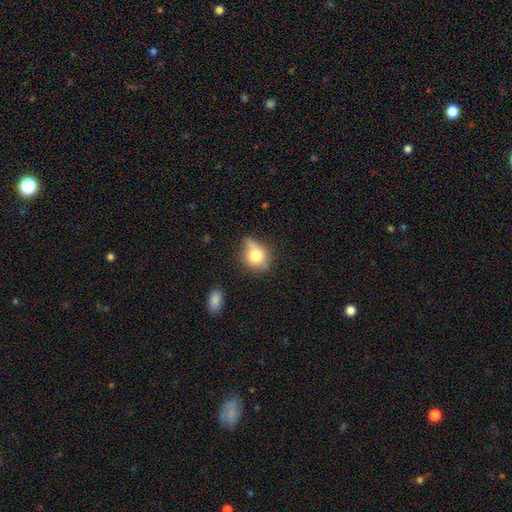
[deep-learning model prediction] smooth-or-featured: smooth: 70% | featured or disk: 20% | star or artifact: 10%
  how-rounded: round: 56% | in between: 42% | cigar-shaped: 2%
  merging: none: 43% | minor disturbance: 33% | major disturbance: 14% | merger: 10%